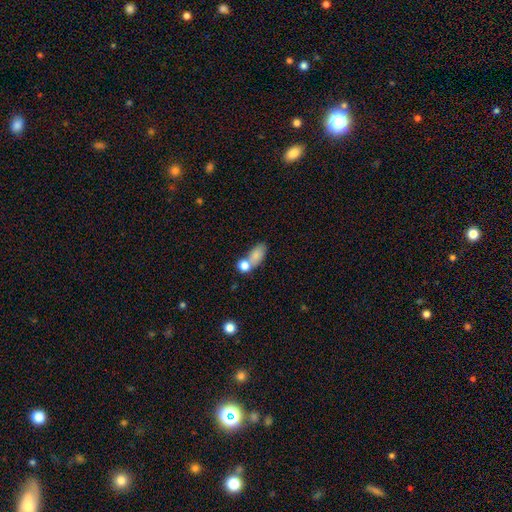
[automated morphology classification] Q: Smooth or featured?
A: smooth (77%); runner-up: featured or disk (13%)
Q: How rounded?
A: in between (75%); runner-up: round (16%)
Q: Merging?
A: merger (42%); runner-up: none (36%)